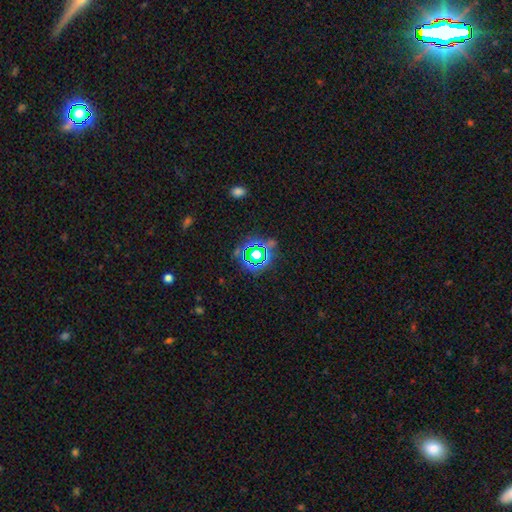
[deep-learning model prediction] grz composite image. It shows a star or artifact, not a galaxy (74%).